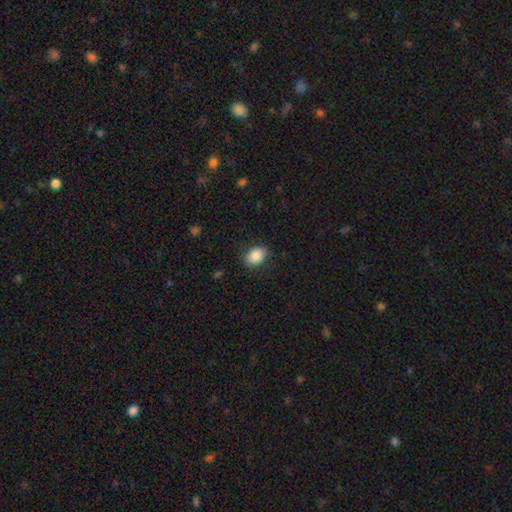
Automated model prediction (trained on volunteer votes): Smooth or featured? Predicted: smooth (p=0.87). How rounded? Predicted: in between (p=0.76). Merging? Predicted: none (p=0.85).